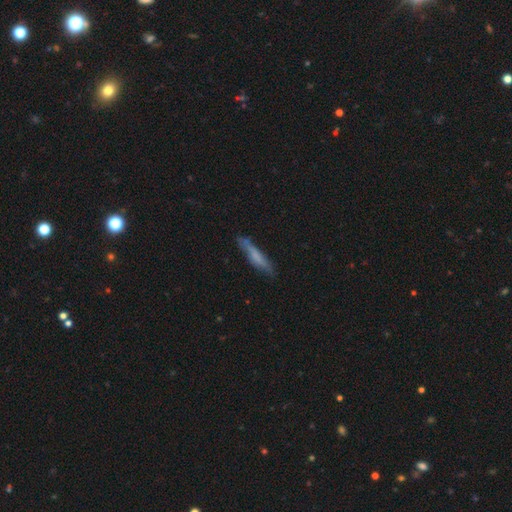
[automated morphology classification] Smooth or featured? smooth (57%)
How rounded? cigar-shaped (89%)
Merging? none (73%)